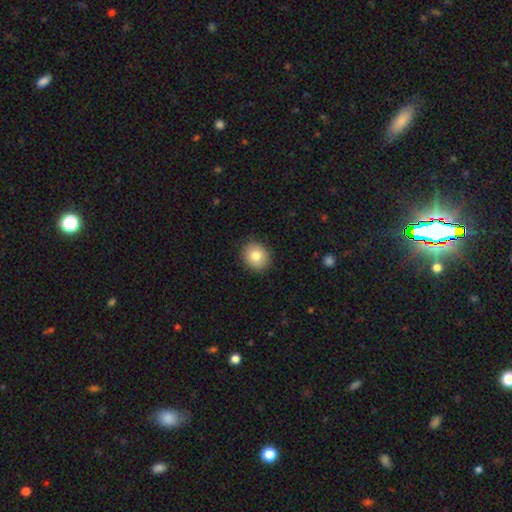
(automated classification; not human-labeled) Q: Smooth or featured?
A: smooth (81%); runner-up: featured or disk (10%)
Q: How rounded?
A: round (74%); runner-up: in between (25%)
Q: Merging?
A: none (89%); runner-up: minor disturbance (8%)